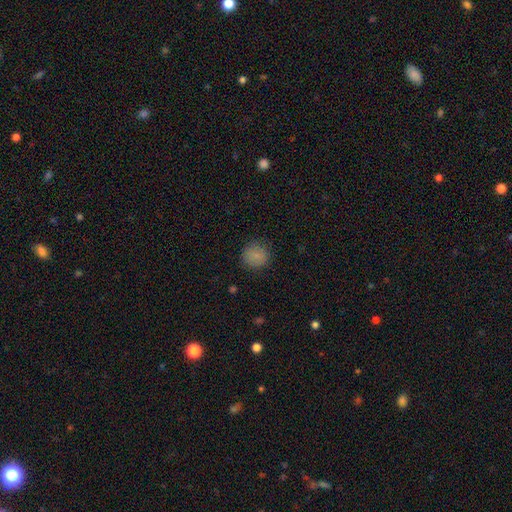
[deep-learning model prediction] Smooth or featured? smooth (83%)
How rounded? round (88%)
Merging? none (85%)